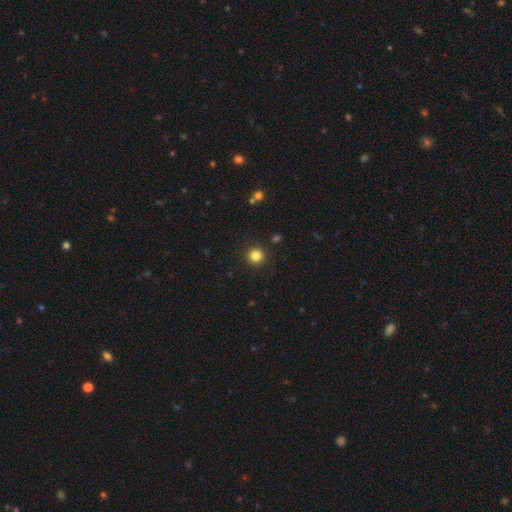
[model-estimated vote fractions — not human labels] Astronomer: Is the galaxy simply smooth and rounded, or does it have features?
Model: smooth — 83%.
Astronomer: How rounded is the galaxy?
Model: round — 95%.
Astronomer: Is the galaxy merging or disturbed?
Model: none — 92%.